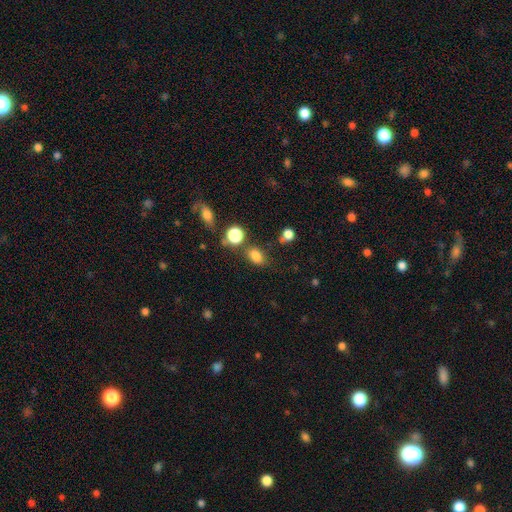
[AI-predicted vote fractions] A smooth galaxy with no disk features (79%) that is in between round and cigar-shaped (75%).

Vote fractions:
- Smooth or featured? smooth: 79% / star or artifact: 15% / featured or disk: 6%
- How rounded? in between: 75% / round: 23% / cigar-shaped: 2%
- Merging? none: 68% / minor disturbance: 17% / merger: 9% / major disturbance: 6%